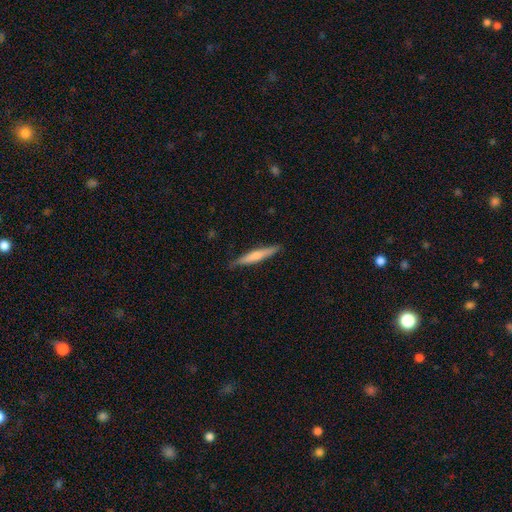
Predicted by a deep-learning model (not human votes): This is possibly a smooth galaxy (59%). How rounded: clearly cigar-shaped (92%). Merging: clearly none (87%).